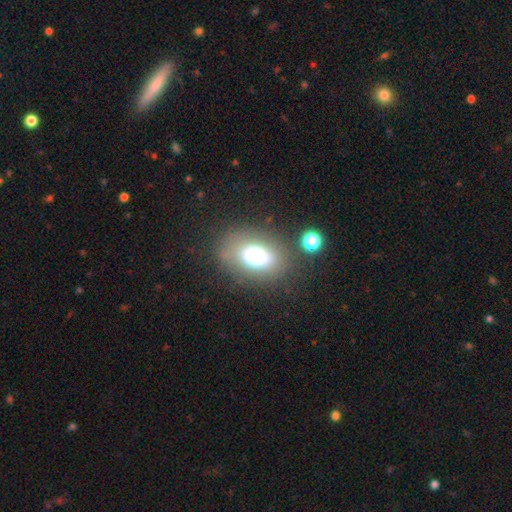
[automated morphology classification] This is likely a smooth galaxy (69%). How rounded: clearly in between (81%). Merging: likely none (74%).